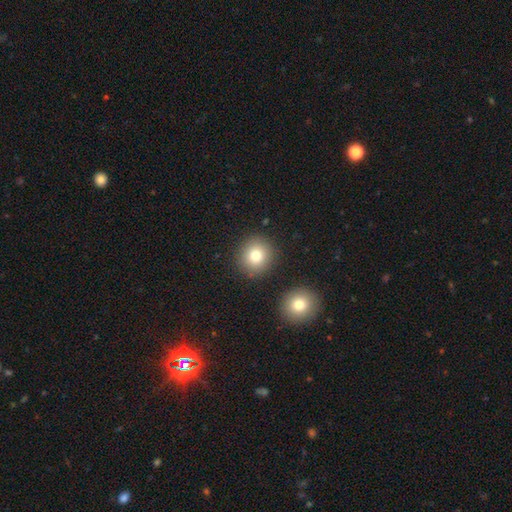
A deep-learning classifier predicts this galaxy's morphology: Q: Smooth or featured?
A: smooth (80%); runner-up: star or artifact (11%)
Q: How rounded?
A: round (87%); runner-up: in between (12%)
Q: Merging?
A: none (86%); runner-up: minor disturbance (7%)